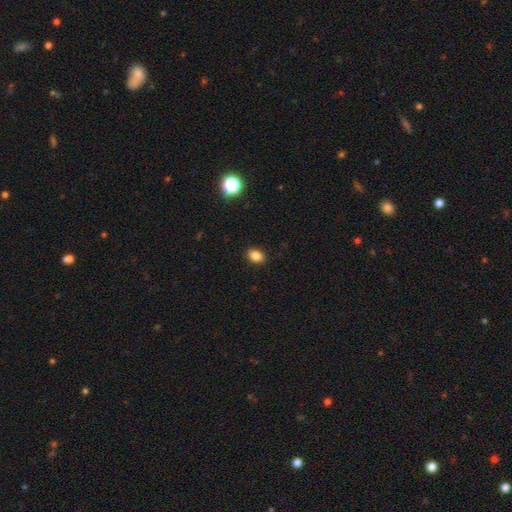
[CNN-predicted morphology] The model was most divided on "how rounded": in between: 68%, round: 30%, cigar-shaped: 1%. More confident: merging — none (90%); smooth or featured — smooth (85%).